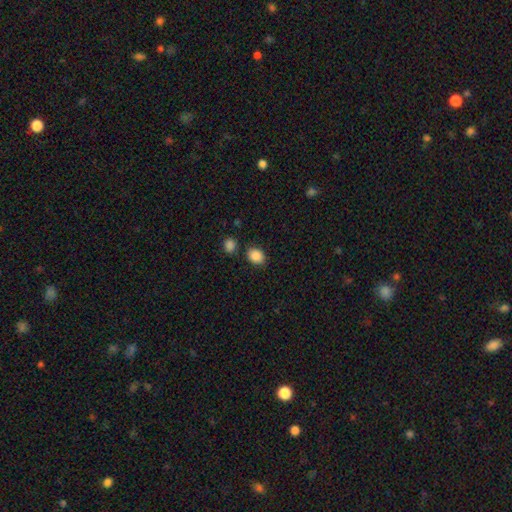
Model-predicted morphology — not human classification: This is clearly a smooth galaxy (88%). How rounded: likely in between (61%). Merging: clearly none (81%).